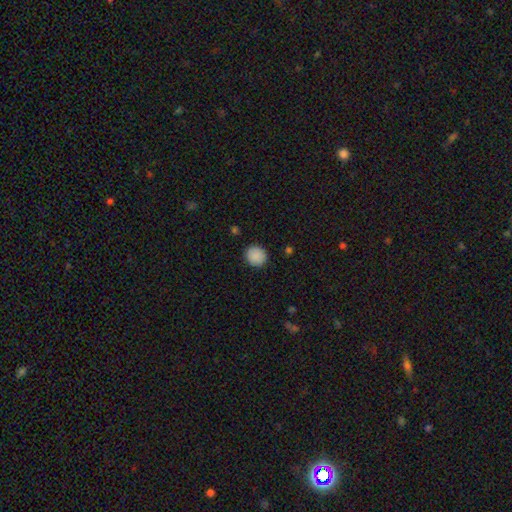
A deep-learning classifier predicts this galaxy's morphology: Smooth or featured? smooth (89%)
How rounded? round (89%)
Merging? none (91%)